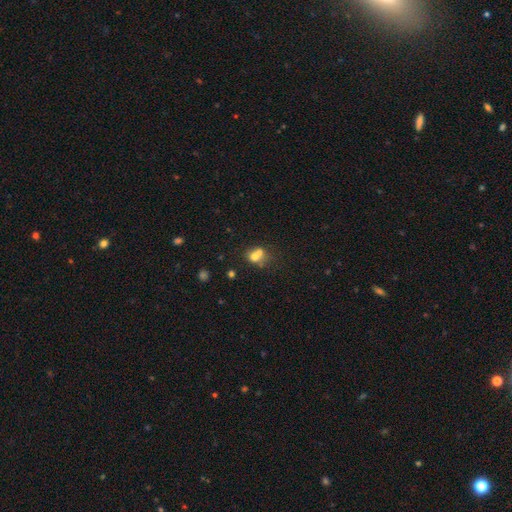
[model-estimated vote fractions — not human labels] This appears to be a smooth galaxy with no disk features (65%) that is round (66%). Merging: merger (58%).